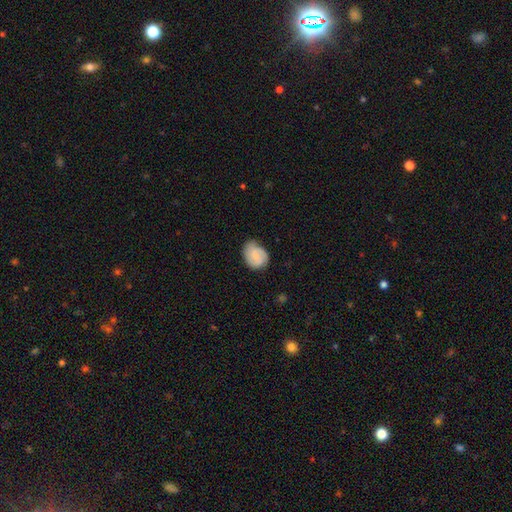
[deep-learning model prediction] Smooth or featured? Predicted: smooth (p=0.58). How rounded? Predicted: in between (p=0.53). Merging? Predicted: none (p=0.62).